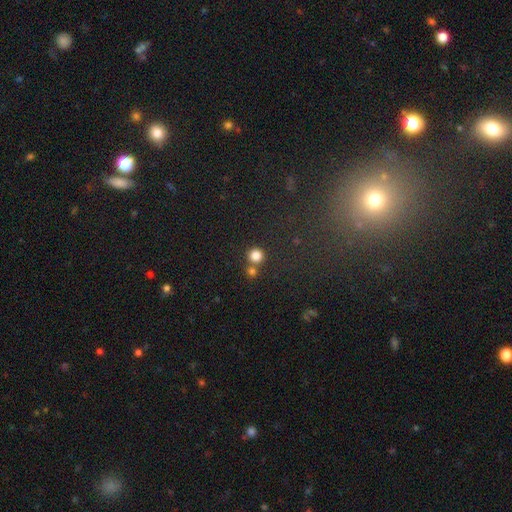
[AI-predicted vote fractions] smooth_or_featured: smooth (p=0.82) [alt: star or artifact p=0.13]
how_rounded: round (p=0.92) [alt: in between p=0.07]
merging: none (p=0.65) [alt: merger p=0.26]